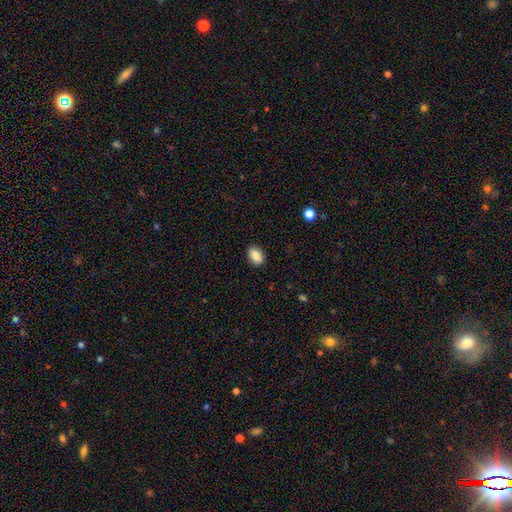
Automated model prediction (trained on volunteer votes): smooth-or-featured: smooth: 87% | star or artifact: 8% | featured or disk: 5%
  how-rounded: in between: 87% | round: 11% | cigar-shaped: 2%
  merging: none: 88% | minor disturbance: 9% | major disturbance: 2% | merger: 1%